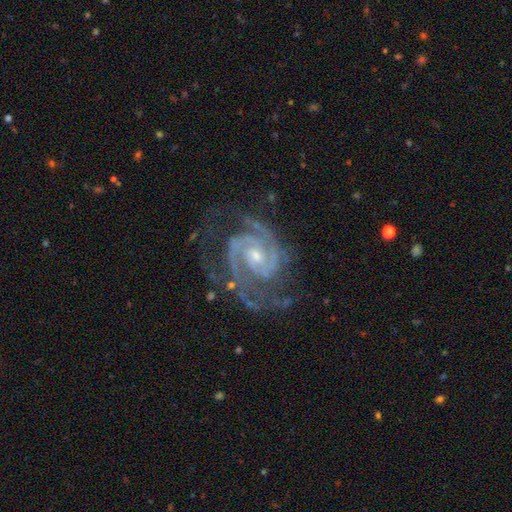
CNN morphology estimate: A featured or disk galaxy (93%) with no bar (57%), 2 (72%) tight (61%) spiral arms (99%) and a small central bulge (60%).

Vote fractions:
- Smooth or featured? featured or disk: 93% / star or artifact: 5% / smooth: 2%
- Edge-on disk? no: 98% / yes: 2%
- Bar? no: 57% / weak: 33% / strong: 10%
- Spiral arms? yes: 99% / no: 1%
- Spiral winding? tight: 61% / medium: 35% / loose: 4%
- Spiral arm count? 2: 72% / 3: 14% / can't tell: 5% / 4: 3% / 1: 3% / more than 4: 3%
- Bulge size? small: 60% / moderate: 36% / none: 2% / large: 1% / dominant: 1%
- Merging? none: 68% / minor disturbance: 19% / major disturbance: 11% / merger: 2%